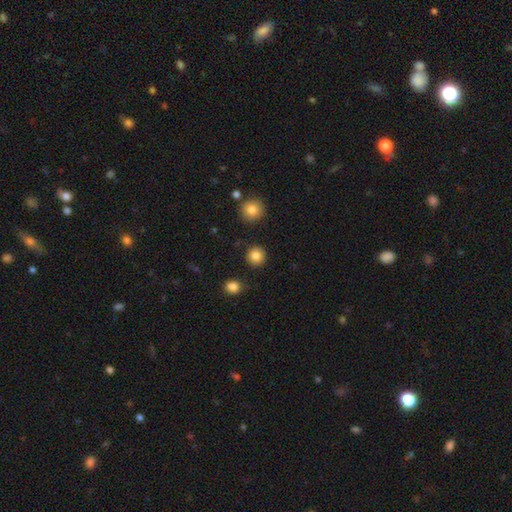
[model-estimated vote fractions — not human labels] smooth_or_featured: smooth (p=0.85) [alt: star or artifact p=0.10]
how_rounded: round (p=0.94) [alt: in between p=0.06]
merging: none (p=0.90) [alt: minor disturbance p=0.06]